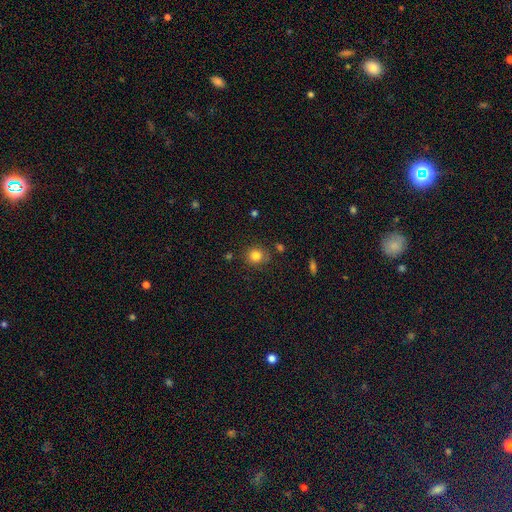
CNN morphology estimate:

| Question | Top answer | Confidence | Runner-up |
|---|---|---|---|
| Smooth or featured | smooth | 82% | star or artifact (12%) |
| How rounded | round | 84% | in between (15%) |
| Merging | none | 81% | minor disturbance (12%) |